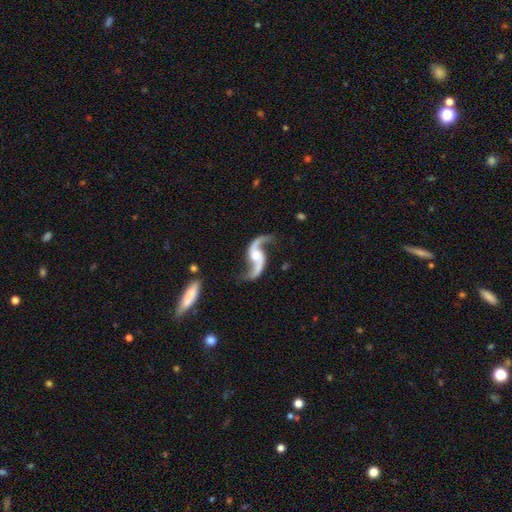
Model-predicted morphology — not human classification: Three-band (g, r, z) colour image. It shows a featured or disk galaxy (93%) with no bar (53%), 2 (94%) loose (85%) spiral arms (98%) and a moderate central bulge (42%). Merging: none (75%).